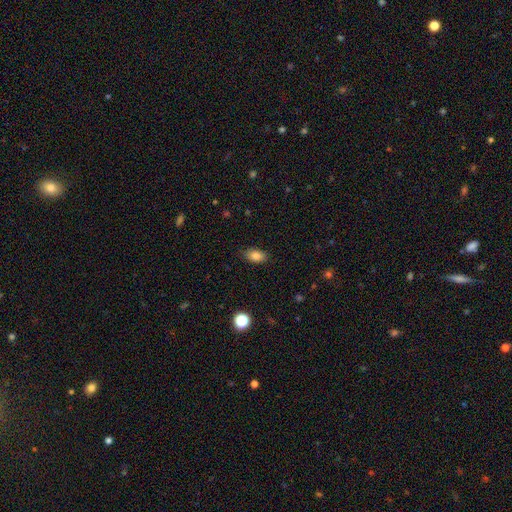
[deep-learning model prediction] Smooth or featured?
  - smooth: 84% *
  - star or artifact: 9%
  - featured or disk: 6%
How rounded?
  - in between: 88% *
  - round: 9%
  - cigar-shaped: 3%
Merging?
  - none: 84% *
  - minor disturbance: 13%
  - major disturbance: 3%
  - merger: 1%